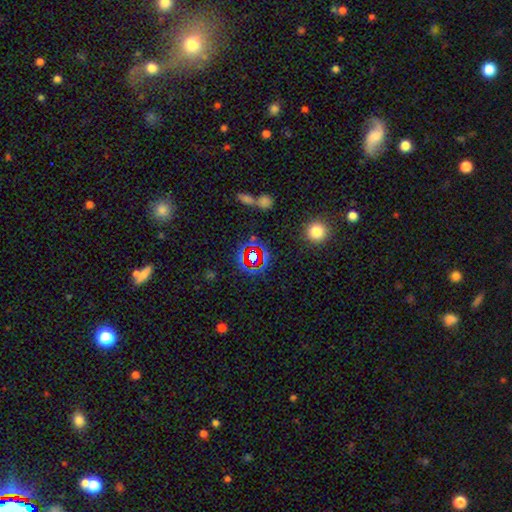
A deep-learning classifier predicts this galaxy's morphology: Smooth or featured? star or artifact (66%)